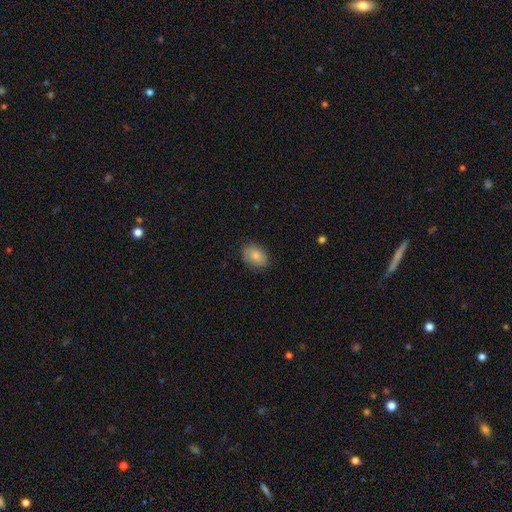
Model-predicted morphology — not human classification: smooth_or_featured: smooth (p=0.84) [alt: featured or disk p=0.08]
how_rounded: in between (p=0.75) [alt: round p=0.24]
merging: none (p=0.81) [alt: minor disturbance p=0.15]